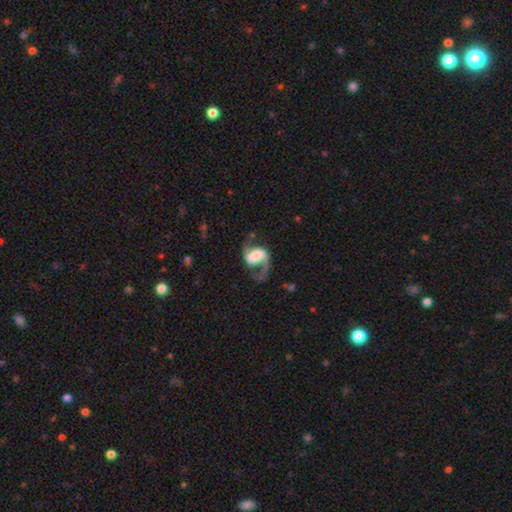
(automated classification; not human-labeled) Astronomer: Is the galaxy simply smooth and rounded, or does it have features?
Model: featured or disk — 83%.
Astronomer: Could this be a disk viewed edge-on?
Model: no — 98%.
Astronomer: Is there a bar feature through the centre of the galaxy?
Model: weak — 38% (runner-up: strong, 34%).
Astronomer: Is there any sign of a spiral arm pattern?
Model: yes — 95%.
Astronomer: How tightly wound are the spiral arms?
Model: loose — 57% (runner-up: medium, 36%).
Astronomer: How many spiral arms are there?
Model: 2 — 75%.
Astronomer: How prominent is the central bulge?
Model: large — 32% (runner-up: none, 21%).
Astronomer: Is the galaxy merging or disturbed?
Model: none — 53%.